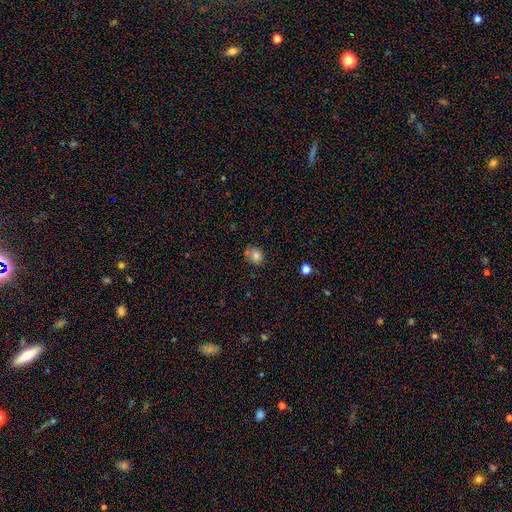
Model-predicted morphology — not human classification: Q: Smooth or featured?
A: smooth (79%); runner-up: star or artifact (11%)
Q: How rounded?
A: round (50%); runner-up: in between (49%)
Q: Merging?
A: none (60%); runner-up: minor disturbance (27%)